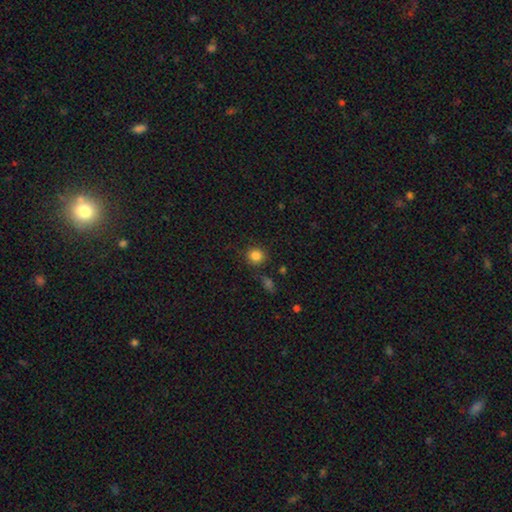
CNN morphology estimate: Q: Smooth or featured?
A: smooth (84%); runner-up: star or artifact (12%)
Q: How rounded?
A: round (91%); runner-up: in between (8%)
Q: Merging?
A: none (85%); runner-up: minor disturbance (8%)